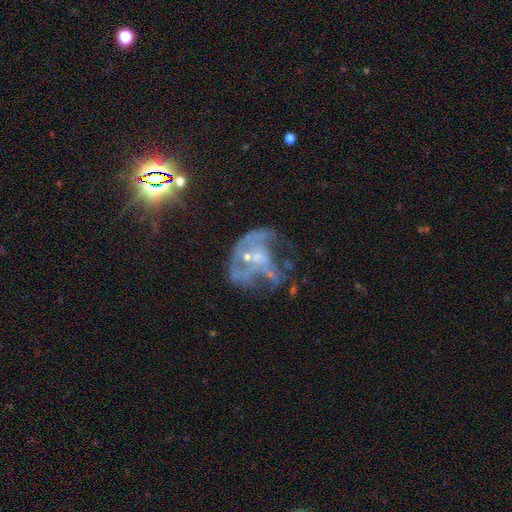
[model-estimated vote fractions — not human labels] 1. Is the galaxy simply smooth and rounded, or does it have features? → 70% featured or disk, 19% star or artifact, 12% smooth.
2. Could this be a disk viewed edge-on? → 97% no, 3% yes.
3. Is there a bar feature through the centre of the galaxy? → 73% no, 21% weak, 6% strong.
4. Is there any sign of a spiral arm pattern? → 56% yes, 44% no.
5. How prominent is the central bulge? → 59% small, 22% moderate, 17% none, 2% large, 1% dominant.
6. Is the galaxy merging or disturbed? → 40% major disturbance, 30% none, 17% minor disturbance, 14% merger.